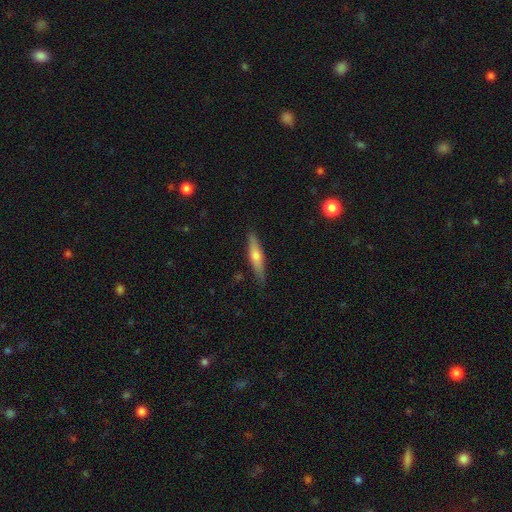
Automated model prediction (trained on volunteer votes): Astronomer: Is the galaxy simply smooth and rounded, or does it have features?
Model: featured or disk — 51% (runner-up: smooth, 43%).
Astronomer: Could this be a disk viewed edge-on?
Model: yes — 93%.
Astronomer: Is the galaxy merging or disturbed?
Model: none — 87%.